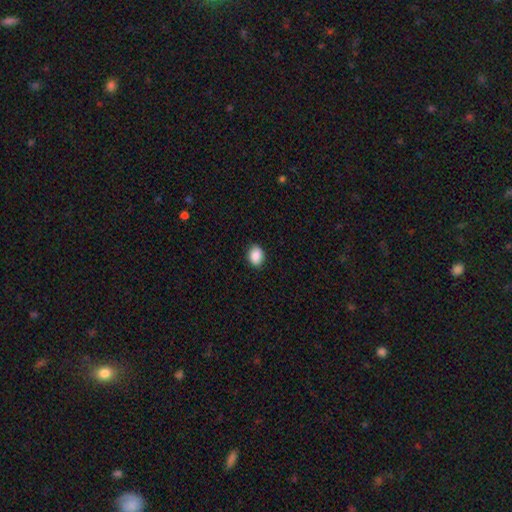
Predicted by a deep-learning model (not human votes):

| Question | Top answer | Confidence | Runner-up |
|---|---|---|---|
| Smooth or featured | smooth | 89% | star or artifact (8%) |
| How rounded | in between | 61% | round (38%) |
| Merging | none | 88% | minor disturbance (9%) |